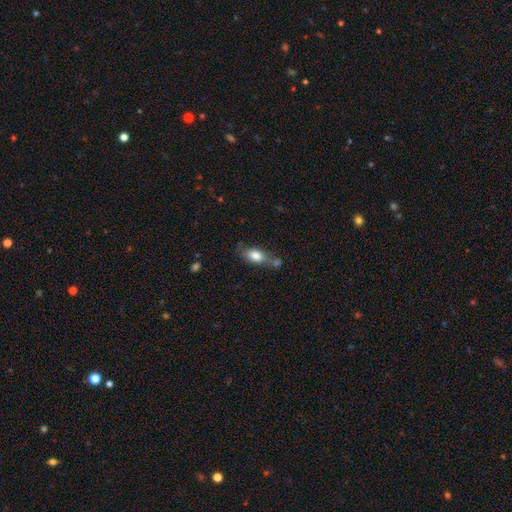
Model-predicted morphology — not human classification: smooth_or_featured: smooth (p=0.76) [alt: featured or disk p=0.16]
how_rounded: in between (p=0.82) [alt: cigar-shaped p=0.10]
merging: none (p=0.43) [alt: merger p=0.27]